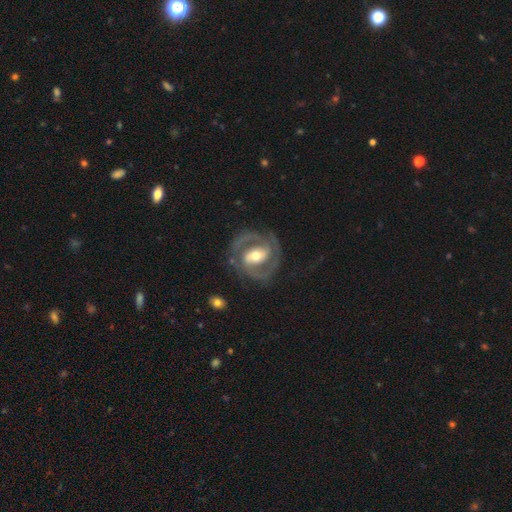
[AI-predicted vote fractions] Morphology: type=featured or disk (89%); edge-on=no (98%); bar=strong (40%); spiral arms=yes (96%); winding=tight (47%); arm count=2 (85%); bulge=moderate (68%); merging=none (79%).